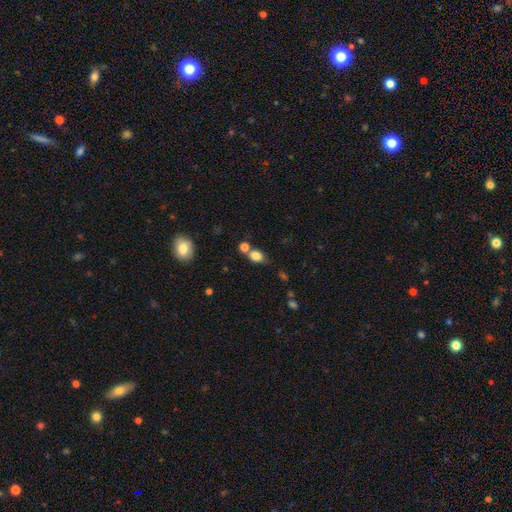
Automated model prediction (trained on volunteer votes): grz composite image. It shows a smooth galaxy with no disk features (82%) that is in between round and cigar-shaped (59%). Merging: none (55%).